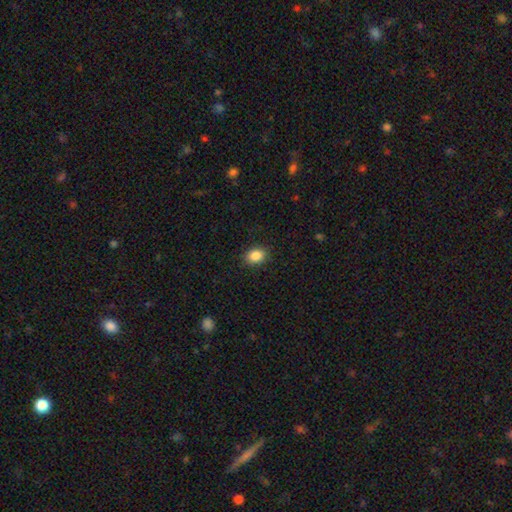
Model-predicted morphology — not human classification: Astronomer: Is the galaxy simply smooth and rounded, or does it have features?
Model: smooth — 87%.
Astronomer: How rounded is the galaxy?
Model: in between — 67%.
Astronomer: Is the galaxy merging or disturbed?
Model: none — 89%.